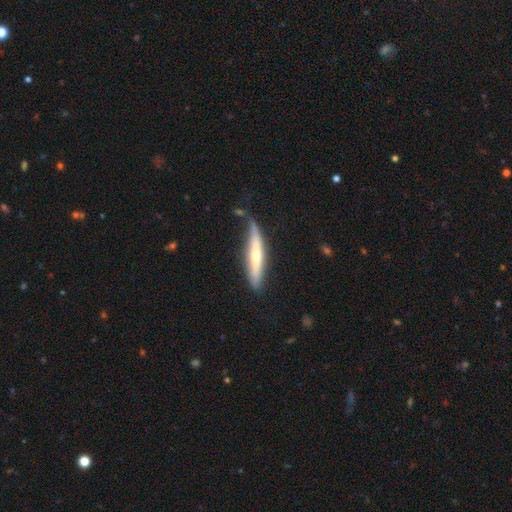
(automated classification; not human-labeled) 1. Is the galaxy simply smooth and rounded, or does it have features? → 50% featured or disk, 45% smooth, 5% star or artifact.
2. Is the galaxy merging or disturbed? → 61% none, 26% minor disturbance, 7% major disturbance, 5% merger.